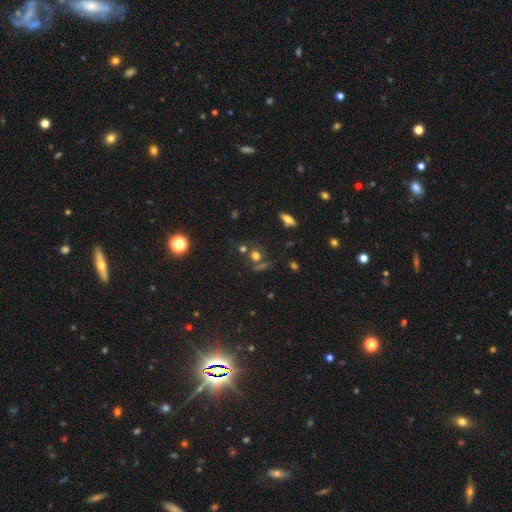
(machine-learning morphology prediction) Smooth or featured: smooth — 55% (star or artifact — 26%)
How rounded: round — 79% (in between — 19%)
Merging: none — 58% (merger — 22%)